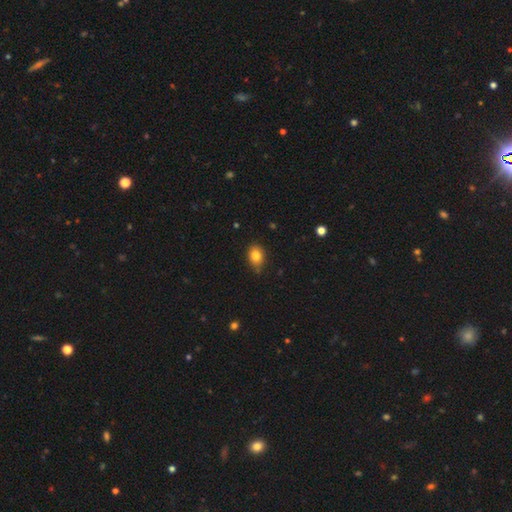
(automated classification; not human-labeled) Q: Smooth or featured?
A: smooth (83%); runner-up: star or artifact (10%)
Q: How rounded?
A: in between (64%); runner-up: round (34%)
Q: Merging?
A: none (76%); runner-up: minor disturbance (20%)